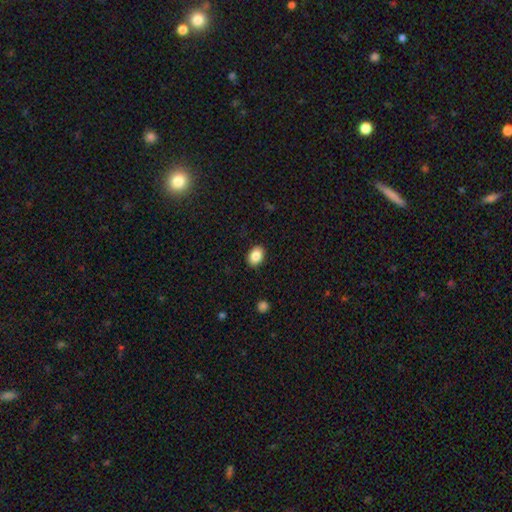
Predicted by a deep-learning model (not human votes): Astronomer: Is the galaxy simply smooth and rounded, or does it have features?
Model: smooth — 87%.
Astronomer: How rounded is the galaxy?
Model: in between — 80%.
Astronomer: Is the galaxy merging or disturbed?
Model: none — 89%.